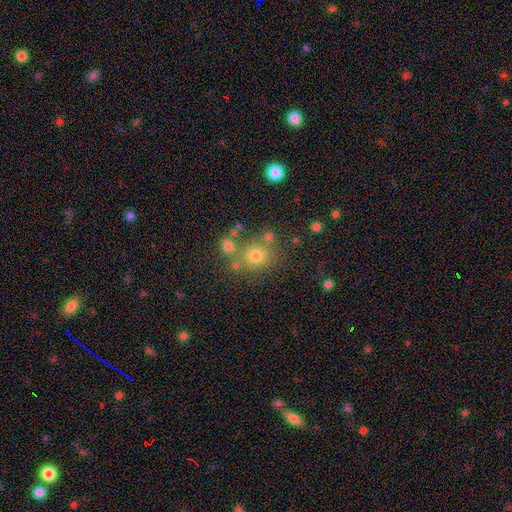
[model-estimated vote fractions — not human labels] Morphology: type=smooth (71%); roundness=round (84%); merging=none (67%).